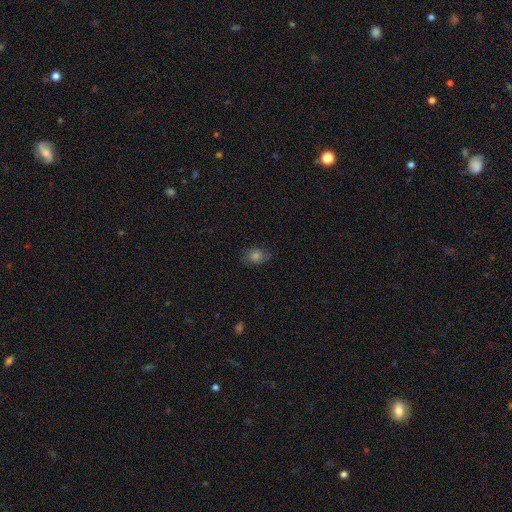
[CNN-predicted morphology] smooth 68%, star or artifact 18%, featured or disk 15%. Down the decision tree: how rounded — in between (56%); merging — none (72%).